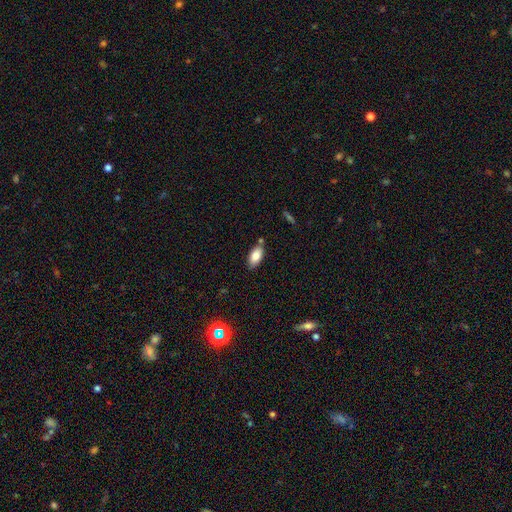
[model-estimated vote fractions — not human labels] The model was most divided on "merging": none: 76%, minor disturbance: 14%, merger: 7%, major disturbance: 3%. More confident: how rounded — in between (92%); smooth or featured — smooth (82%).